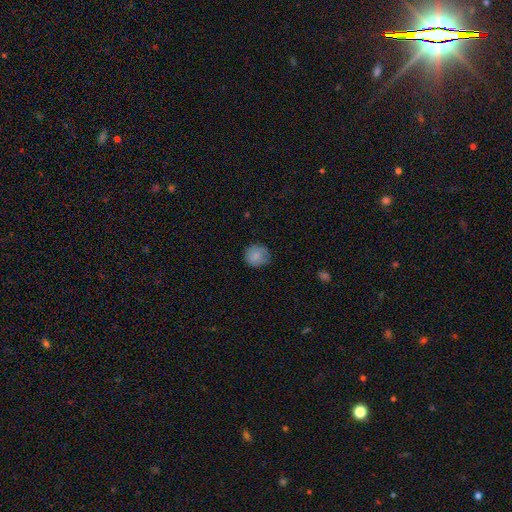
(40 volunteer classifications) Smooth or featured: smooth — 90% (featured or disk — 5%)
How rounded: round — 94% (in between — 6%)
Merging: none — 84% (minor disturbance — 16%)